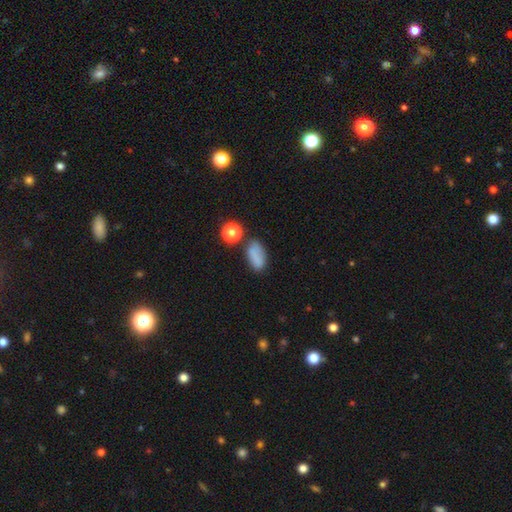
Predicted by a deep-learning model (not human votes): Smooth or featured? Predicted: smooth (p=0.79). How rounded? Predicted: in between (p=0.84). Merging? Predicted: none (p=0.65).